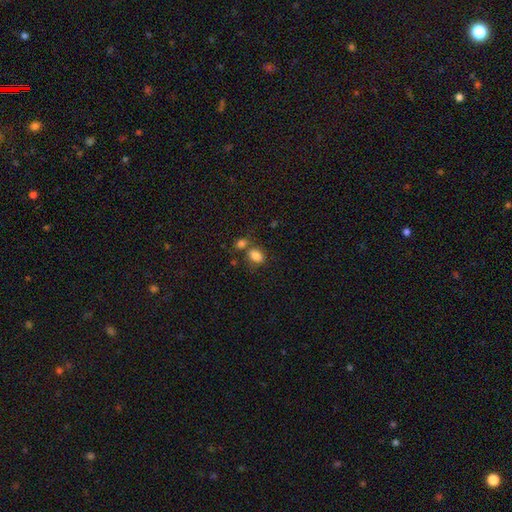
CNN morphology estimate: Smooth or featured?
  - smooth: 83% *
  - star or artifact: 10%
  - featured or disk: 6%
How rounded?
  - in between: 69% *
  - round: 30%
  - cigar-shaped: 1%
Merging?
  - none: 55% *
  - merger: 28%
  - minor disturbance: 13%
  - major disturbance: 5%